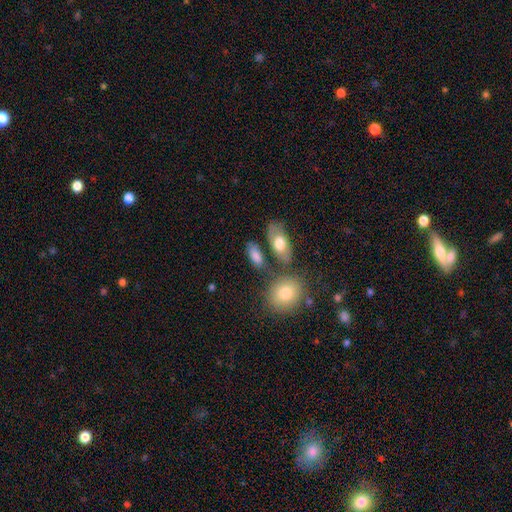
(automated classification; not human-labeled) Smooth or featured?
  - smooth: 77% *
  - featured or disk: 15%
  - star or artifact: 8%
How rounded?
  - in between: 85% *
  - round: 8%
  - cigar-shaped: 7%
Merging?
  - none: 67% *
  - merger: 14%
  - minor disturbance: 14%
  - major disturbance: 5%